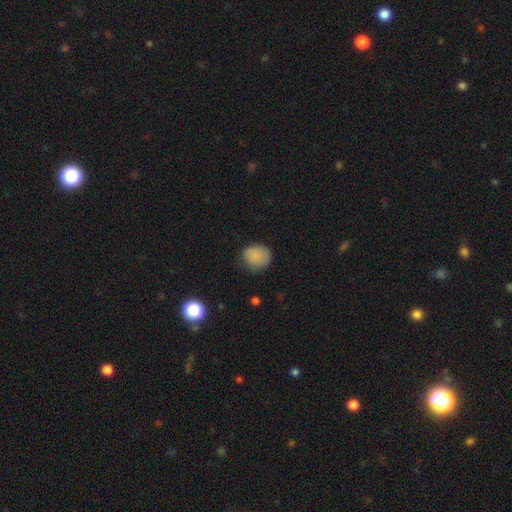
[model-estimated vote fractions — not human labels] This appears to be a smooth galaxy with no disk features (84%) that is round (69%). Merging: none (67%).